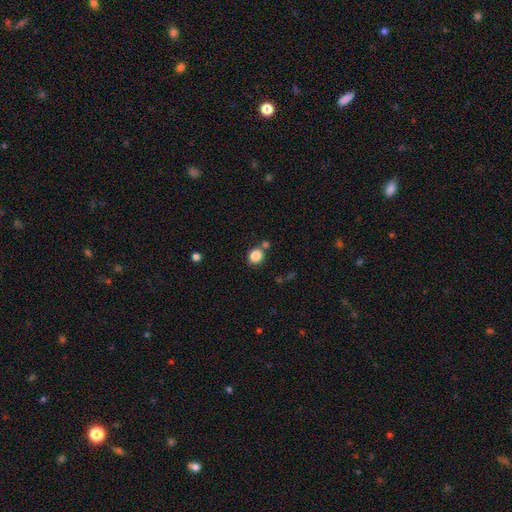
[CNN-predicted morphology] type=smooth (86%); roundness=round (79%); merging=none (73%).